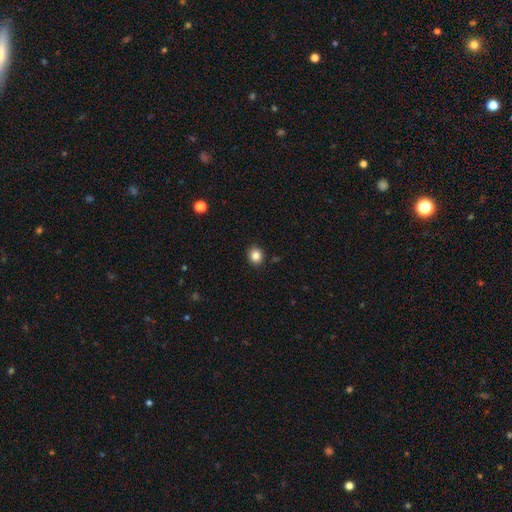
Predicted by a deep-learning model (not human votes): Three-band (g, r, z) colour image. It shows a smooth galaxy with no disk features (84%) that is round (75%). Merging: none (90%).